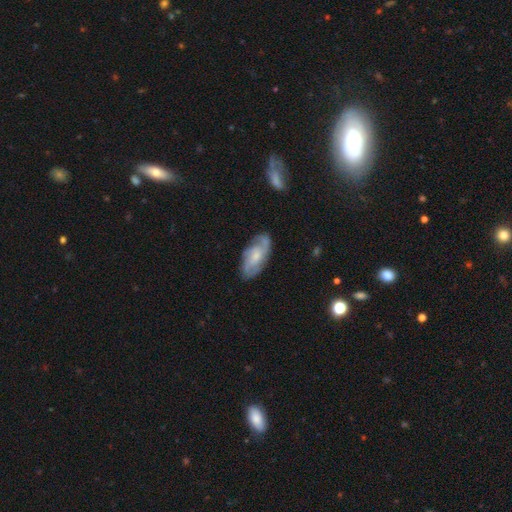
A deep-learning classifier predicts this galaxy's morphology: smooth_or_featured: featured or disk (p=0.66) [alt: smooth p=0.28]
disk_edge_on: no (p=0.93) [alt: yes p=0.07]
bar: no (p=0.63) [alt: weak p=0.31]
has_spiral_arms: yes (p=0.89) [alt: no p=0.11]
spiral_winding: medium (p=0.43) [alt: tight p=0.41]
spiral_arm_count: 2 (p=0.42) [alt: can't tell p=0.30]
bulge_size: small (p=0.50) [alt: moderate p=0.35]
merging: none (p=0.75) [alt: minor disturbance p=0.18]